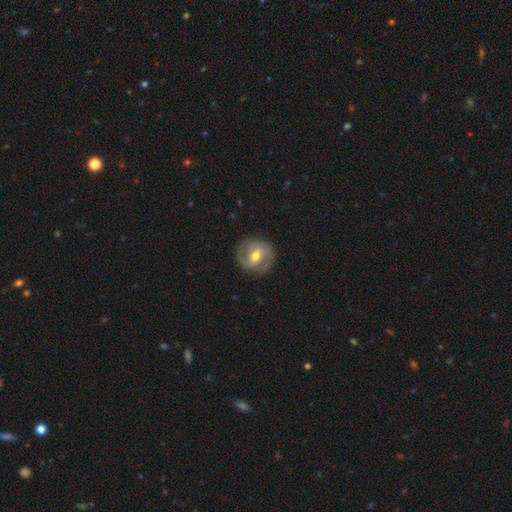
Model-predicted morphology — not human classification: type=featured or disk (69%); edge-on=no (96%); bar=weak (47%); spiral arms=yes (78%); winding=medium (44%); arm count=2 (82%); bulge=moderate (72%); merging=none (84%).